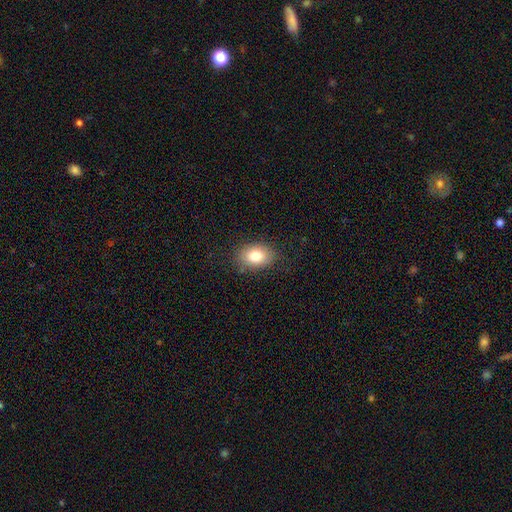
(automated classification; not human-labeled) A smooth galaxy with no disk features (81%) that is in between round and cigar-shaped (77%). Merging: none (83%).